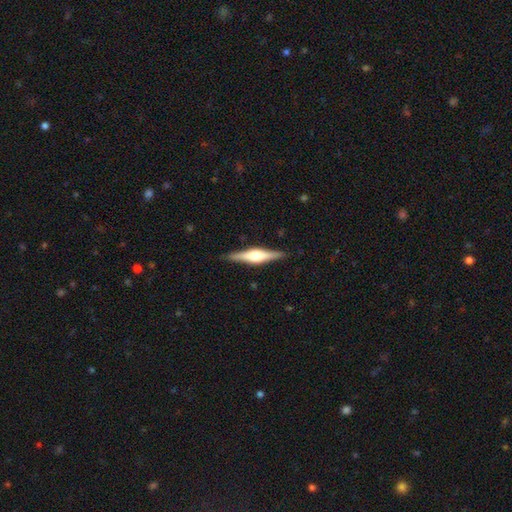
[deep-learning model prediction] Smooth or featured?
  - featured or disk: 76% *
  - smooth: 19%
  - star or artifact: 5%
Edge-on disk?
  - yes: 98% *
  - no: 2%
Edge-on bulge?
  - rounded: 86% *
  - boxy: 12%
  - none: 2%
Merging?
  - none: 90% *
  - minor disturbance: 8%
  - major disturbance: 2%
  - merger: 1%